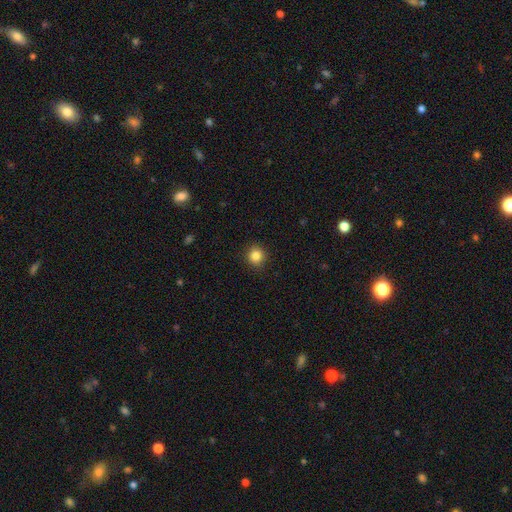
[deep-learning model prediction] Morphology: type=smooth (84%); roundness=round (91%); merging=none (91%).